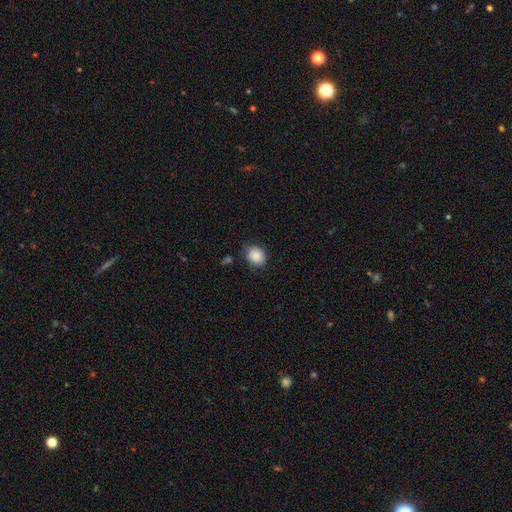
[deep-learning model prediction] This appears to be a smooth galaxy with no disk features (88%) that is round (64%). Merging: none (82%).